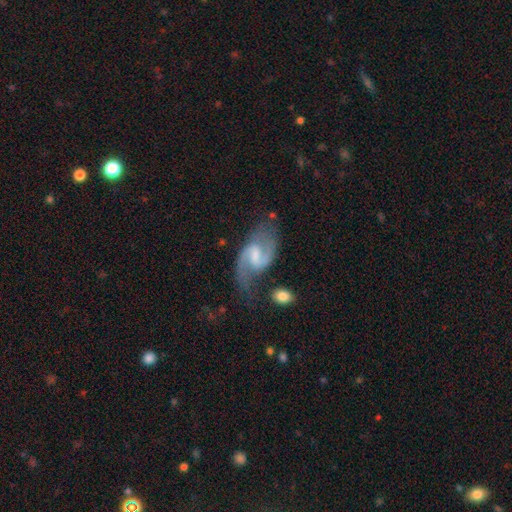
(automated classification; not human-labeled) A featured or disk galaxy (88%) with a weak bar (60%), 2 (92%) medium (51%) spiral arms (97%) and a small central bulge (36%). Merging: none (65%).